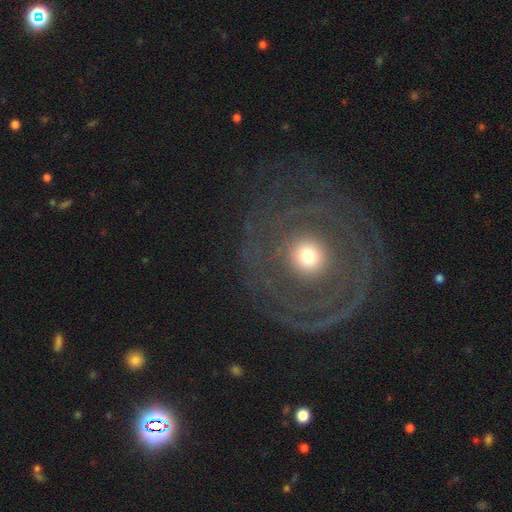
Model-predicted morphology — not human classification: This appears to be a featured or disk galaxy (71%) with no bar (87%), spiral arms (61%) and a moderate central bulge (59%). Merging: none (76%).